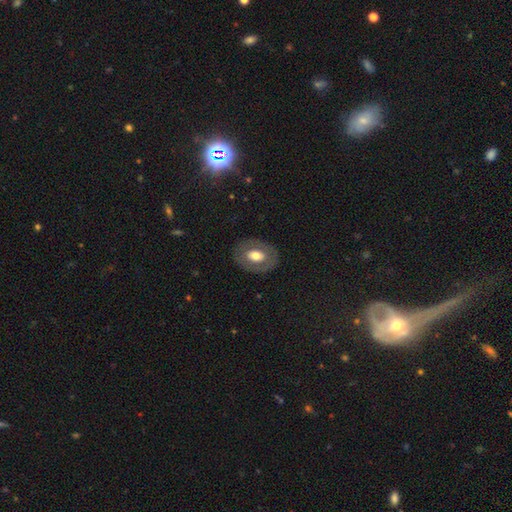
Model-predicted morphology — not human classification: smooth-or-featured: smooth: 54% | featured or disk: 39% | star or artifact: 7%
  how-rounded: in between: 74% | round: 25% | cigar-shaped: 1%
  merging: none: 82% | minor disturbance: 12% | major disturbance: 5% | merger: 1%